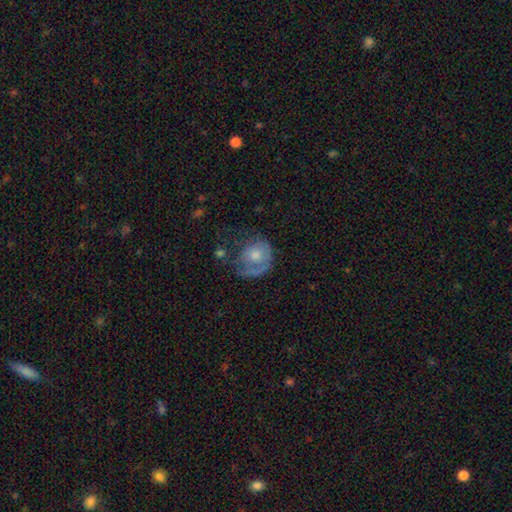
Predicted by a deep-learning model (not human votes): The model was most divided on "smooth or featured": smooth: 50%, featured or disk: 43%, star or artifact: 7%. Remaining: merging — none (39%).